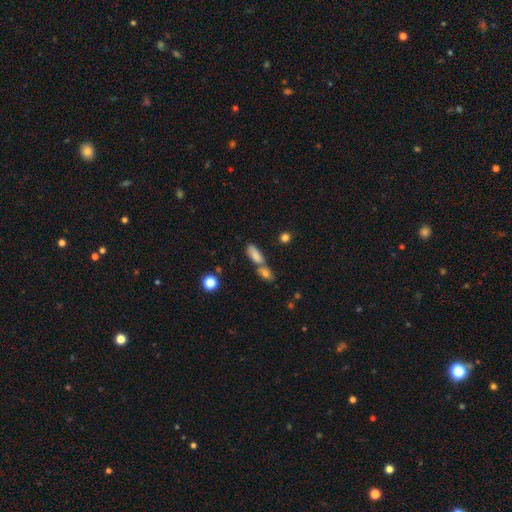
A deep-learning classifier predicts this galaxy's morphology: A smooth galaxy with no disk features (78%) that is in between round and cigar-shaped (70%). Merging: merger (51%).